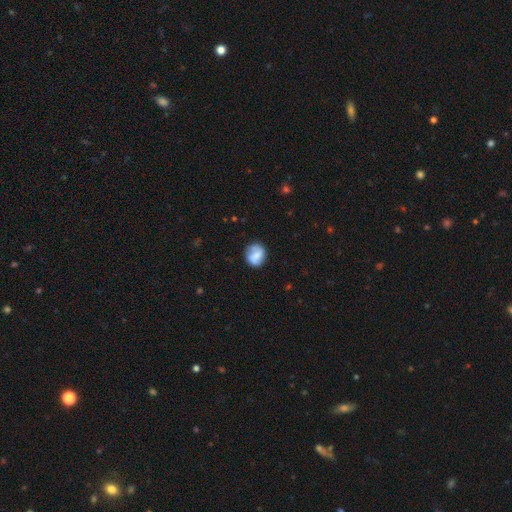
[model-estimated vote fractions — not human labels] Smooth or featured: smooth — 59% (featured or disk — 33%)
How rounded: round — 72% (in between — 27%)
Merging: none — 70% (minor disturbance — 21%)